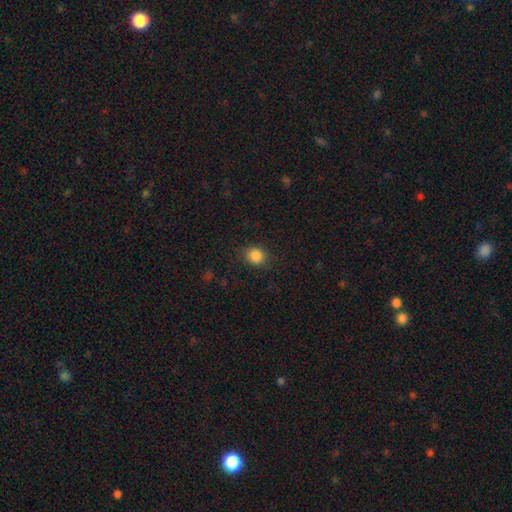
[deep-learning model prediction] Smooth or featured?
  - smooth: 86% *
  - star or artifact: 10%
  - featured or disk: 4%
How rounded?
  - round: 81% *
  - in between: 18%
  - cigar-shaped: 1%
Merging?
  - none: 86% *
  - minor disturbance: 10%
  - major disturbance: 3%
  - merger: 1%